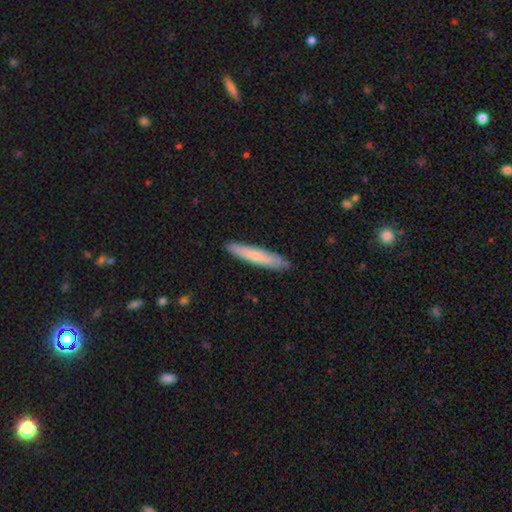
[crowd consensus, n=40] Smooth or featured? 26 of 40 (65%) said smooth. How rounded? 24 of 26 (92%) said cigar-shaped. Merging? 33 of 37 (89%) said none.